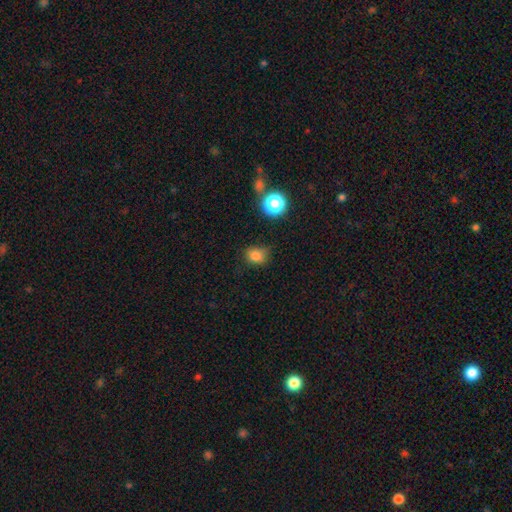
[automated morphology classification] This is likely a smooth galaxy (80%). How rounded: possibly round (59%). Merging: likely none (73%).